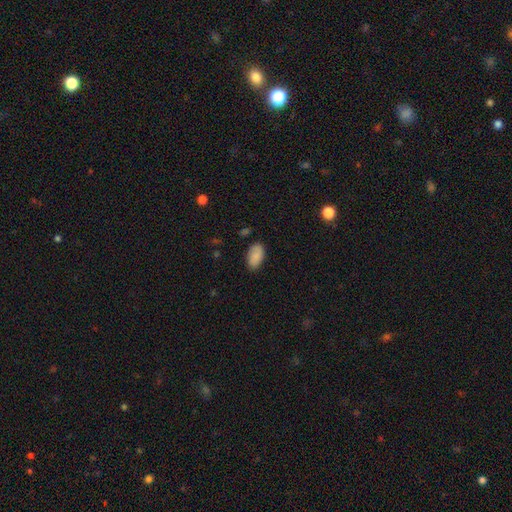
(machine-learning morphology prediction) This appears to be a smooth galaxy with no disk features (85%) that is in between round and cigar-shaped (94%). Merging: none (79%).